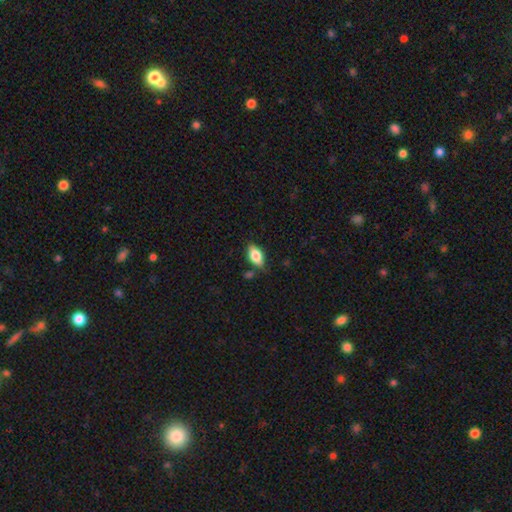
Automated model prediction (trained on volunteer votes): smooth_or_featured: smooth (p=0.75) [alt: featured or disk p=0.18]
how_rounded: in between (p=0.89) [alt: cigar-shaped p=0.06]
merging: none (p=0.74) [alt: minor disturbance p=0.17]